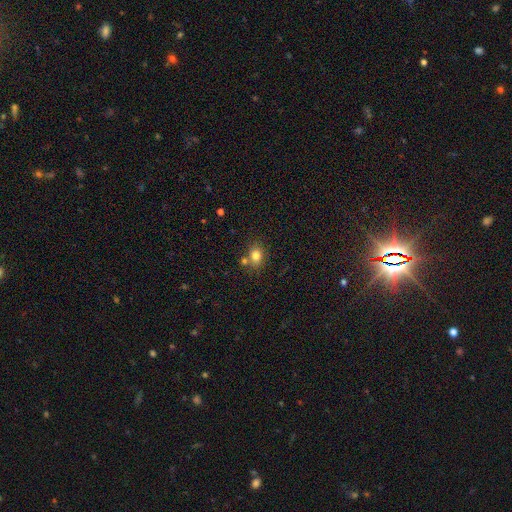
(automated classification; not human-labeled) Smooth or featured? Predicted: smooth (p=0.79). How rounded? Predicted: in between (p=0.54). Merging? Predicted: none (p=0.67).